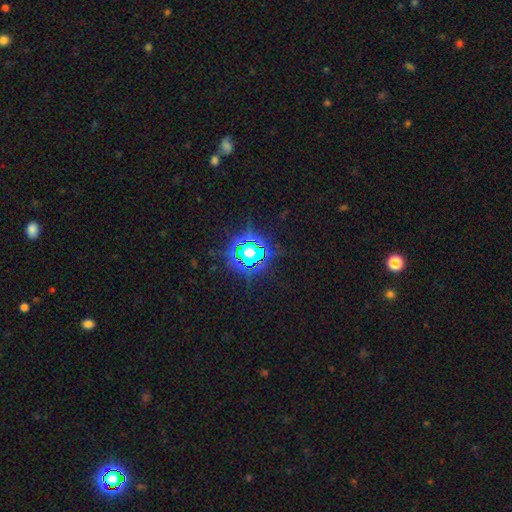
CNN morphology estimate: Smooth or featured? star or artifact (75%)